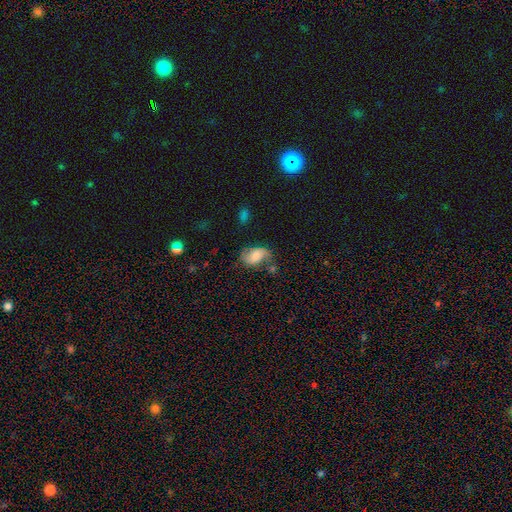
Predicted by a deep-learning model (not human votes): Smooth or featured?
  - smooth: 62% *
  - featured or disk: 28%
  - star or artifact: 9%
How rounded?
  - in between: 87% *
  - round: 11%
  - cigar-shaped: 2%
Merging?
  - none: 49% *
  - minor disturbance: 29%
  - major disturbance: 14%
  - merger: 8%